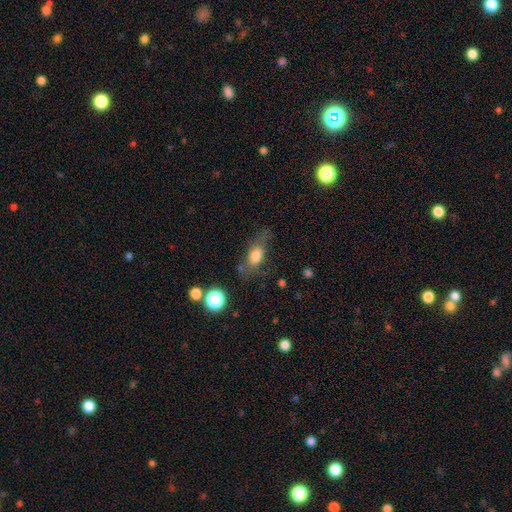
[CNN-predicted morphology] The model was most divided on "merging": none: 59%, minor disturbance: 24%, major disturbance: 13%, merger: 5%. More confident: how rounded — in between (75%); smooth or featured — smooth (71%).